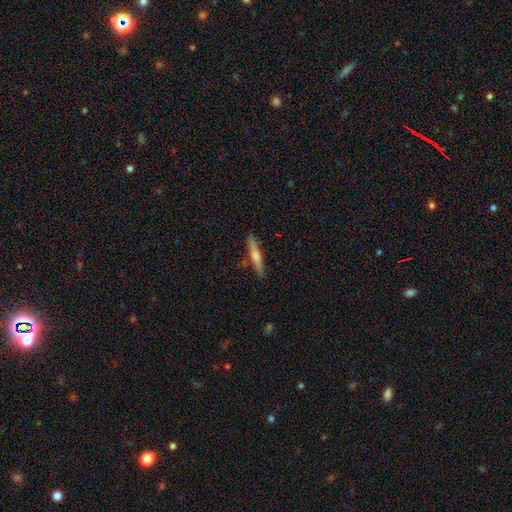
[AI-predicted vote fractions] Q: Smooth or featured?
A: smooth (60%); runner-up: featured or disk (34%)
Q: How rounded?
A: cigar-shaped (90%); runner-up: in between (8%)
Q: Merging?
A: none (84%); runner-up: minor disturbance (11%)